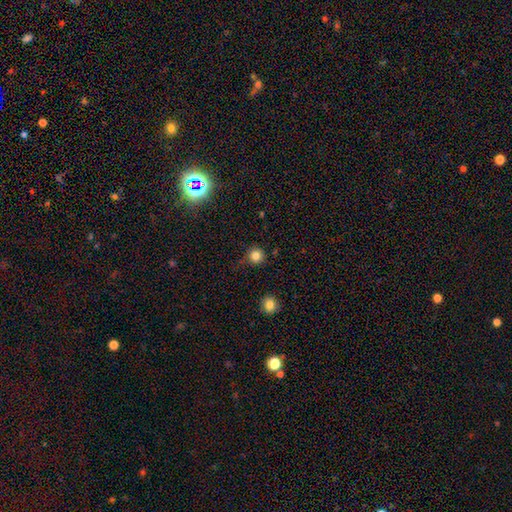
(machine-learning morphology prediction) Q: Smooth or featured?
A: smooth (82%); runner-up: star or artifact (13%)
Q: How rounded?
A: round (94%); runner-up: in between (5%)
Q: Merging?
A: none (82%); runner-up: minor disturbance (12%)